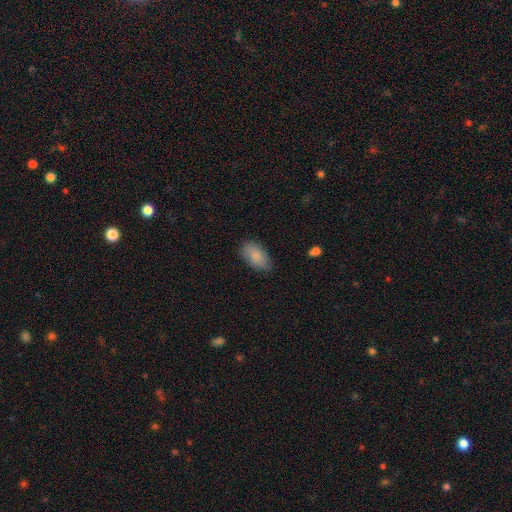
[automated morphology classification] This appears to be a smooth galaxy with no disk features (85%) that is in between round and cigar-shaped (93%). Merging: none (78%).